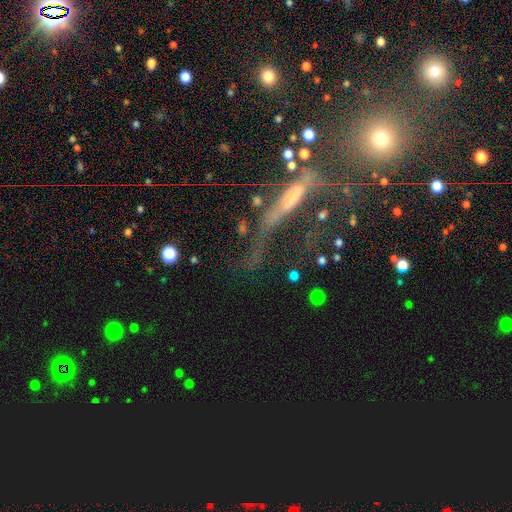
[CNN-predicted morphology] type=featured or disk (48%); merging=none (39%).